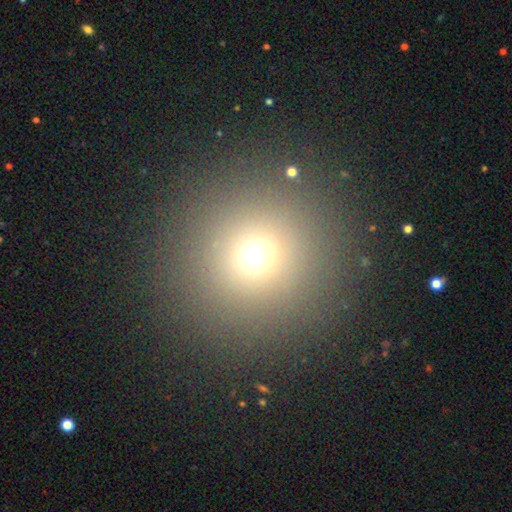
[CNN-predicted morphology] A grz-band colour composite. It shows a smooth galaxy with no disk features (68%) that is round (92%). Merging: none (86%).